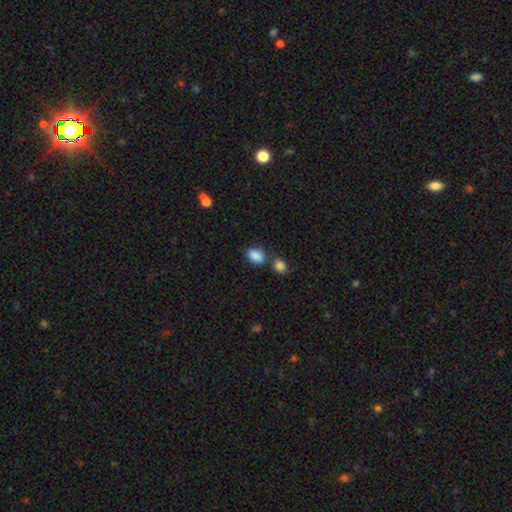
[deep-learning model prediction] Smooth or featured: smooth — 87% (star or artifact — 9%)
How rounded: in between — 80% (round — 18%)
Merging: none — 57% (merger — 22%)